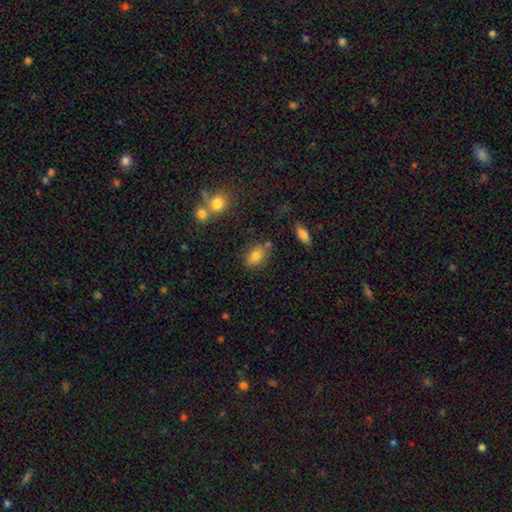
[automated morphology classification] Smooth or featured? Predicted: smooth (p=0.76). How rounded? Predicted: in between (p=0.77). Merging? Predicted: none (p=0.71).